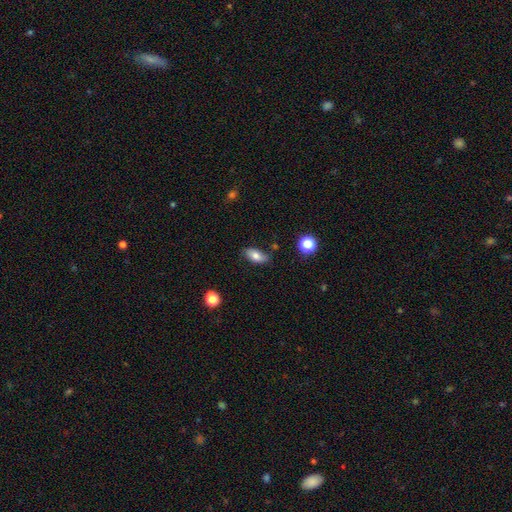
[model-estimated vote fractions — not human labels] Smooth or featured: smooth — 76% (featured or disk — 15%)
How rounded: in between — 88% (cigar-shaped — 7%)
Merging: none — 76% (minor disturbance — 18%)